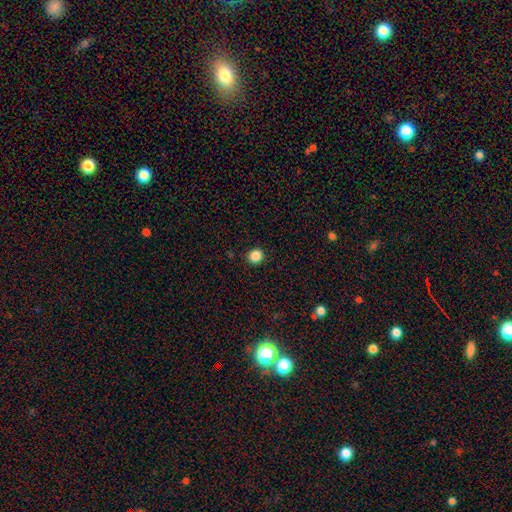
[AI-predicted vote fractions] The model was most divided on "smooth or featured": smooth: 86%, star or artifact: 11%, featured or disk: 3%. More confident: merging — none (92%); how rounded — round (90%).